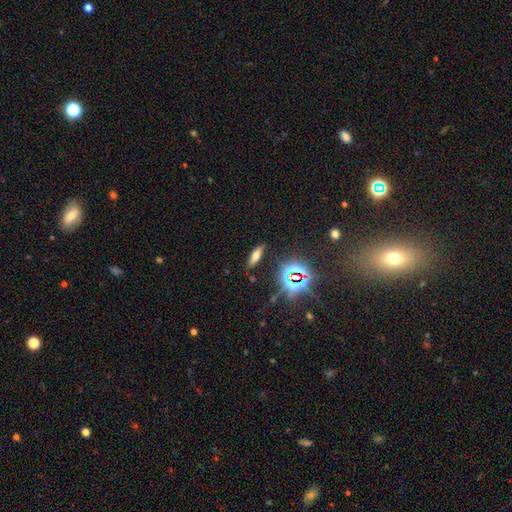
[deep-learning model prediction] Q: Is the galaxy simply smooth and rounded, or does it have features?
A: smooth — 54%.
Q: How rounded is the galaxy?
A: cigar-shaped — 49%.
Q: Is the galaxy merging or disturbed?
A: none — 84%.